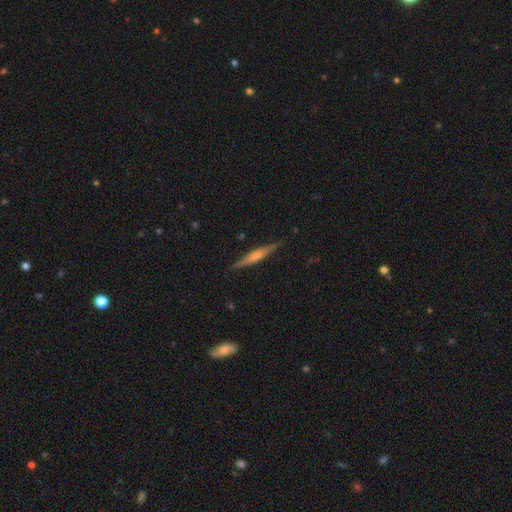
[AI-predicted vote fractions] This is possibly a featured or disk galaxy (59%). It is clearly viewed edge-on (97%). Edge-on bulge: possibly rounded (59%). Merging: clearly none (88%).